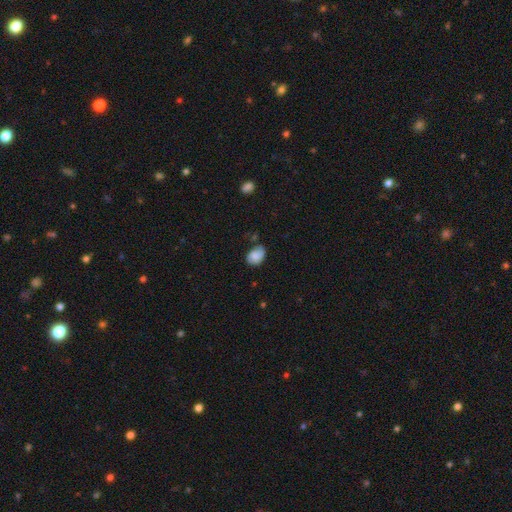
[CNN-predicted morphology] A smooth galaxy with no disk features (69%) that is in between round and cigar-shaped (74%). Merging: none (57%).